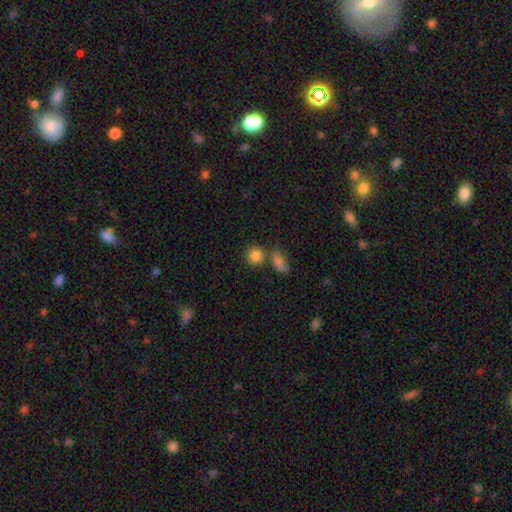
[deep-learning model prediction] A smooth galaxy with no disk features (84%) that is round (84%).

Vote fractions:
- Smooth or featured? smooth: 84% / star or artifact: 10% / featured or disk: 6%
- How rounded? round: 84% / in between: 15% / cigar-shaped: 1%
- Merging? none: 65% / merger: 22% / minor disturbance: 10% / major disturbance: 4%